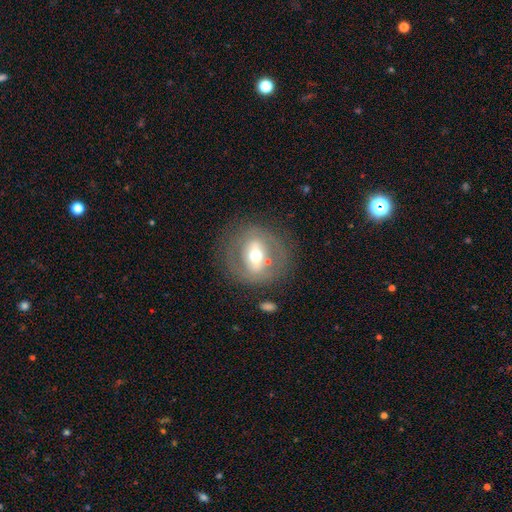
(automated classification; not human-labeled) The model was most divided on "bar": strong: 44%, weak: 30%, no: 26%. More confident: edge-on disk — no (90%); spiral arms — no (79%); merging — none (73%); bulge size — moderate (70%); smooth or featured — featured or disk (58%).